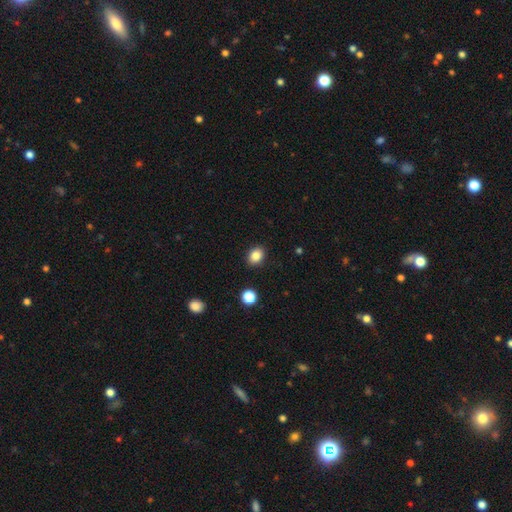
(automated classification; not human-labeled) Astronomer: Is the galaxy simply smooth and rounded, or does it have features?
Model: smooth — 85%.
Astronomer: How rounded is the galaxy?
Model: in between — 55% (runner-up: round, 45%).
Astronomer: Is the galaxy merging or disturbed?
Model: none — 89%.